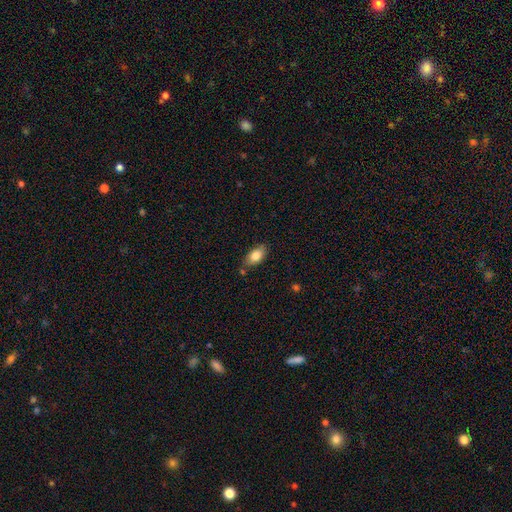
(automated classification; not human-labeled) Smooth or featured? smooth (81%)
How rounded? in between (91%)
Merging? none (76%)